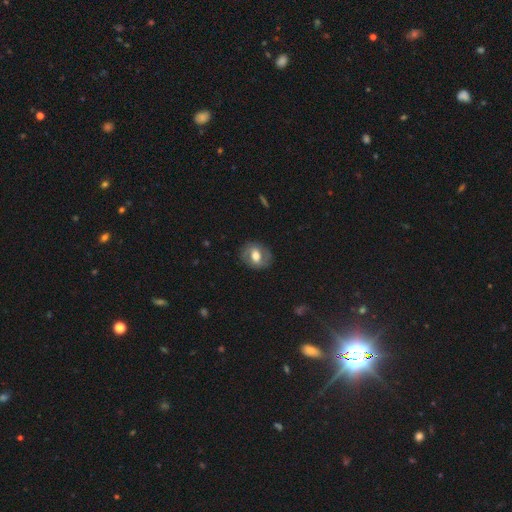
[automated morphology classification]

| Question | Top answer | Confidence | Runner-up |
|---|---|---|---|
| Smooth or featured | featured or disk | 47% | smooth (46%) |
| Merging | none | 80% | minor disturbance (14%) |